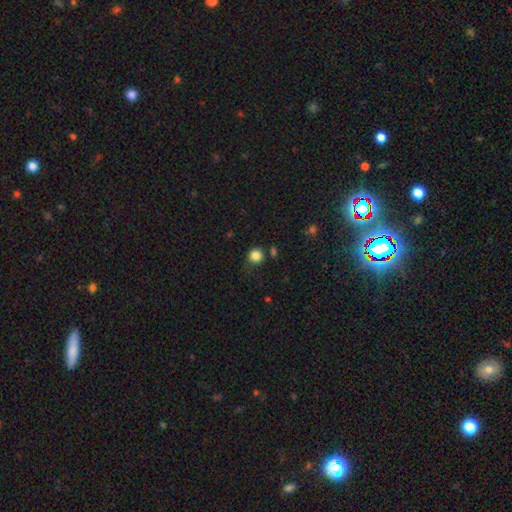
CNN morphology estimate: Q: Smooth or featured?
A: smooth (84%); runner-up: star or artifact (12%)
Q: How rounded?
A: round (91%); runner-up: in between (8%)
Q: Merging?
A: none (79%); runner-up: minor disturbance (12%)